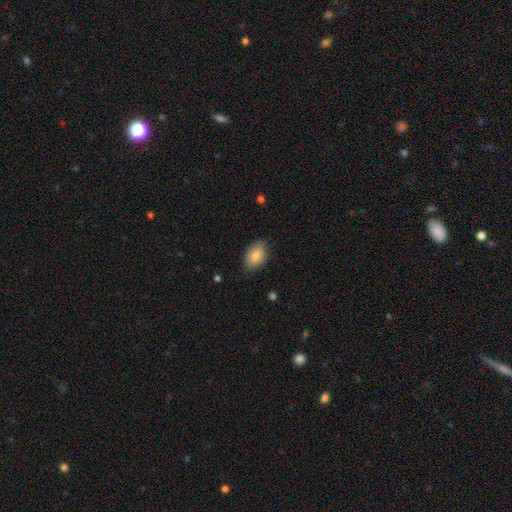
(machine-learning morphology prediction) This is clearly a smooth galaxy (84%). How rounded: clearly in between (91%). Merging: likely none (77%).